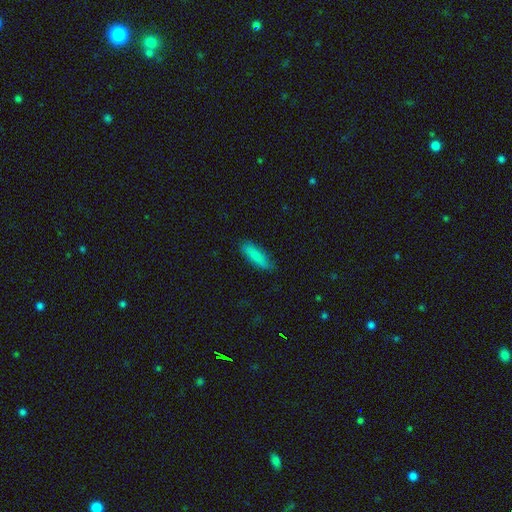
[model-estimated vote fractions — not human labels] Smooth or featured?
  - smooth: 85% *
  - featured or disk: 9%
  - star or artifact: 6%
How rounded?
  - cigar-shaped: 57% *
  - in between: 42%
  - round: 2%
Merging?
  - none: 82% *
  - minor disturbance: 15%
  - major disturbance: 3%
  - merger: 1%